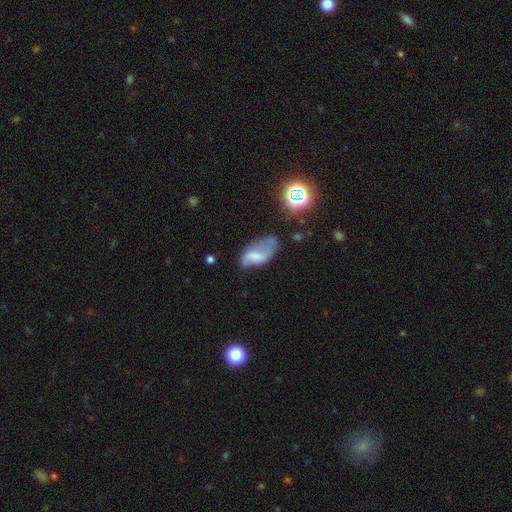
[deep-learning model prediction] Morphology: type=featured or disk (49%); merging=none (39%).